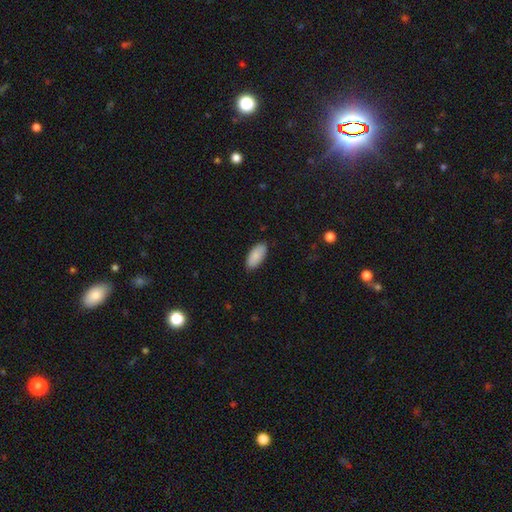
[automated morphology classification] This is clearly a smooth galaxy (87%). How rounded: clearly in between (93%). Merging: clearly none (87%).